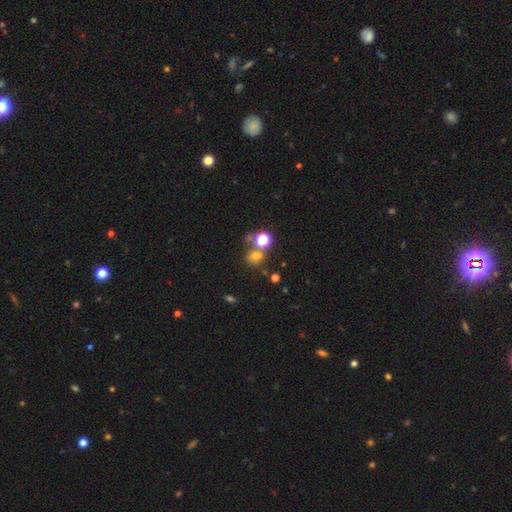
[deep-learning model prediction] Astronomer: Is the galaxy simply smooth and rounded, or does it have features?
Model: smooth — 66%.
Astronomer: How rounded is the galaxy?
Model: round — 70%.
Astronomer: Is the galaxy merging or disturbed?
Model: none — 57%.